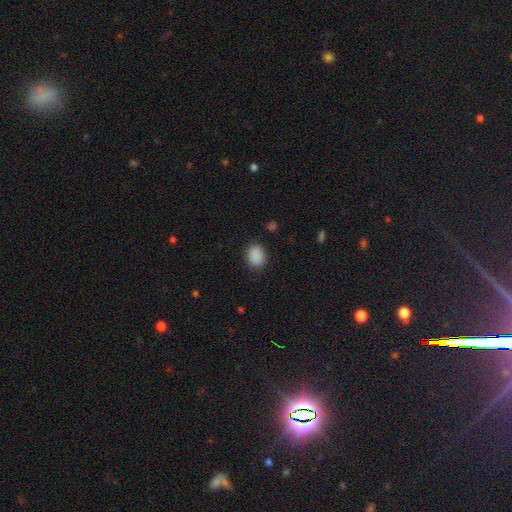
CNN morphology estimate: Smooth or featured? smooth (89%)
How rounded? in between (66%)
Merging? none (87%)